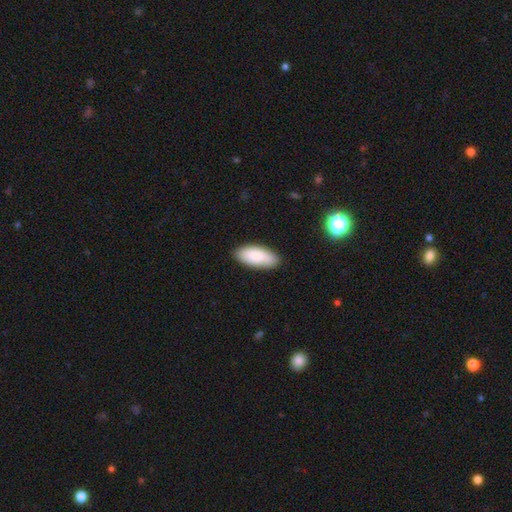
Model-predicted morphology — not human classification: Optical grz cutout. It shows a smooth galaxy with no disk features (86%) that is in between round and cigar-shaped (83%). Merging: none (85%).